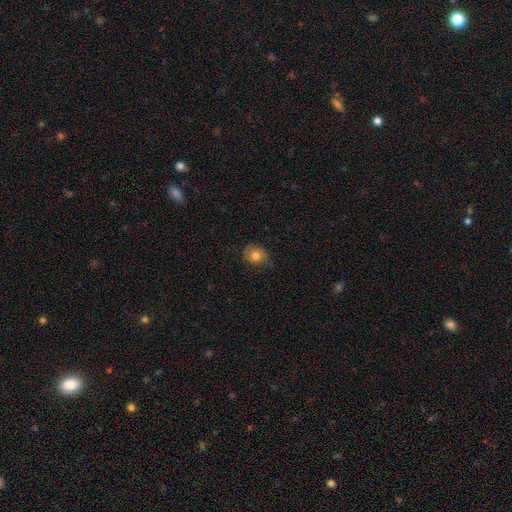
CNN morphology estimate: Smooth or featured? smooth (78%)
How rounded? round (60%)
Merging? none (70%)